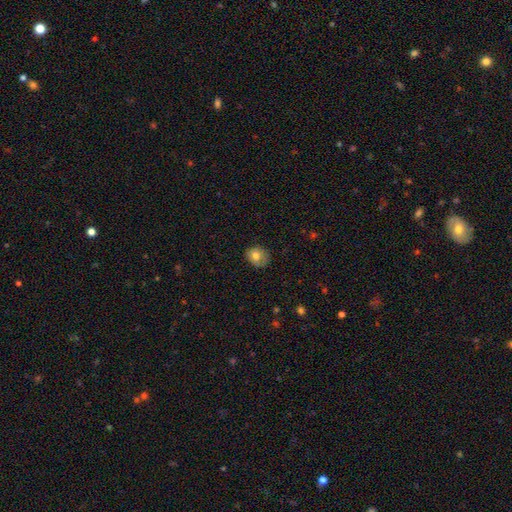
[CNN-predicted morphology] A smooth galaxy with no disk features (75%) that is round (65%). Merging: none (68%).